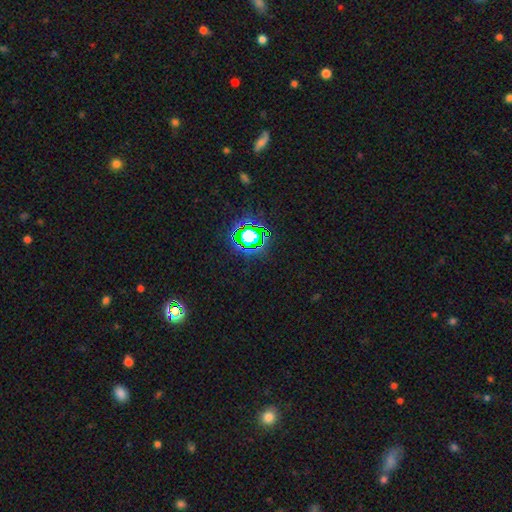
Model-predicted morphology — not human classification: Q: Smooth or featured?
A: star or artifact (68%); runner-up: smooth (23%)